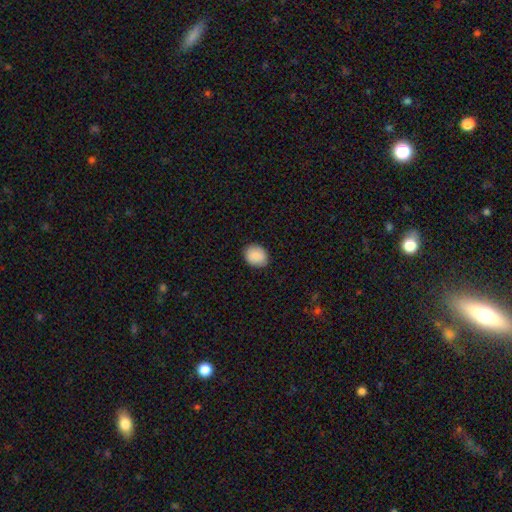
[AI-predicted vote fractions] A smooth galaxy with no disk features (89%) that is round (55%).

Vote fractions:
- Smooth or featured? smooth: 89% / star or artifact: 7% / featured or disk: 4%
- How rounded? round: 55% / in between: 44% / cigar-shaped: 1%
- Merging? none: 87% / minor disturbance: 10% / major disturbance: 2% / merger: 1%